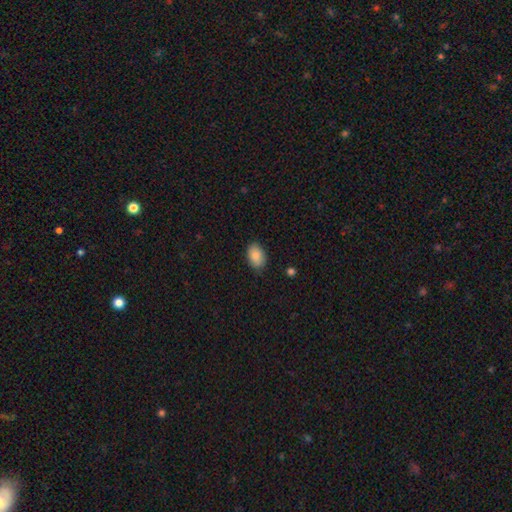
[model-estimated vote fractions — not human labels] The model was most divided on "merging": none: 85%, minor disturbance: 12%, major disturbance: 2%, merger: 1%. More confident: how rounded — in between (88%); smooth or featured — smooth (86%).